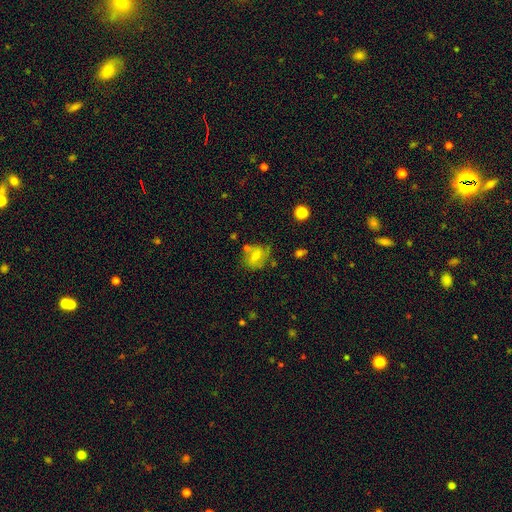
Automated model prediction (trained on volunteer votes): Morphology: type=smooth (50%); merging=none (53%).